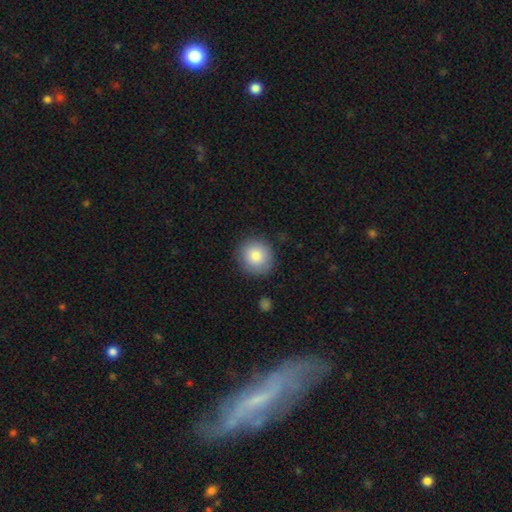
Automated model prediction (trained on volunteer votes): The model was most divided on "smooth or featured": smooth: 84%, featured or disk: 8%, star or artifact: 8%. More confident: how rounded — round (89%); merging — none (86%).